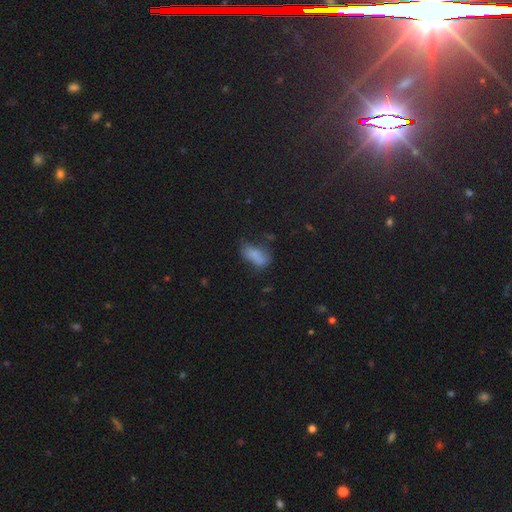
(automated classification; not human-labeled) smooth-or-featured: smooth: 75% | featured or disk: 13% | star or artifact: 12%
  how-rounded: in between: 87% | cigar-shaped: 8% | round: 5%
  merging: none: 43% | minor disturbance: 31% | major disturbance: 18% | merger: 9%